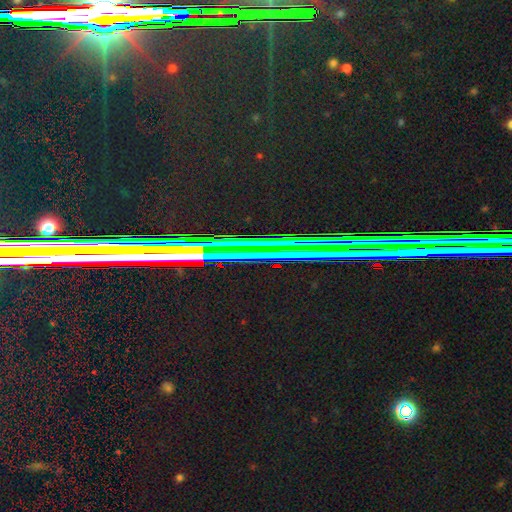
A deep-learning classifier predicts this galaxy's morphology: Smooth or featured?
  - star or artifact: 79% *
  - featured or disk: 12%
  - smooth: 9%